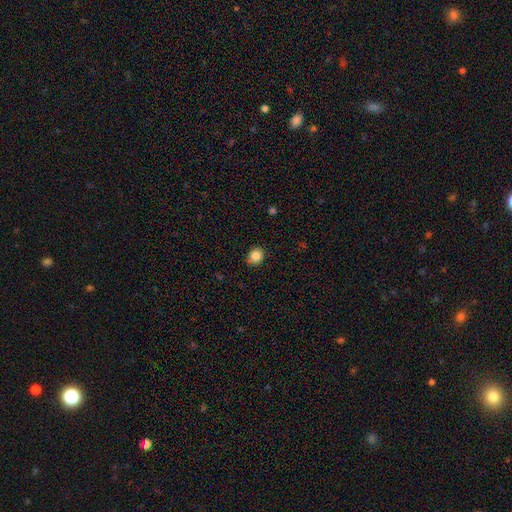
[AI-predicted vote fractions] smooth-or-featured: smooth: 85% | star or artifact: 10% | featured or disk: 5%
  how-rounded: round: 71% | in between: 28% | cigar-shaped: 1%
  merging: none: 86% | minor disturbance: 11% | major disturbance: 2% | merger: 1%